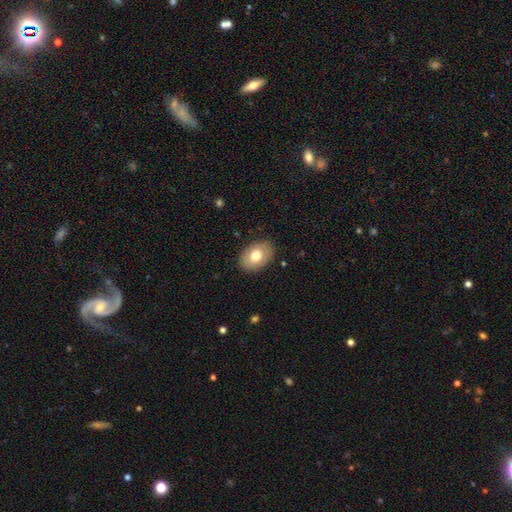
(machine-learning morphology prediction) A smooth galaxy with no disk features (74%) that is in between round and cigar-shaped (82%). Merging: none (87%).